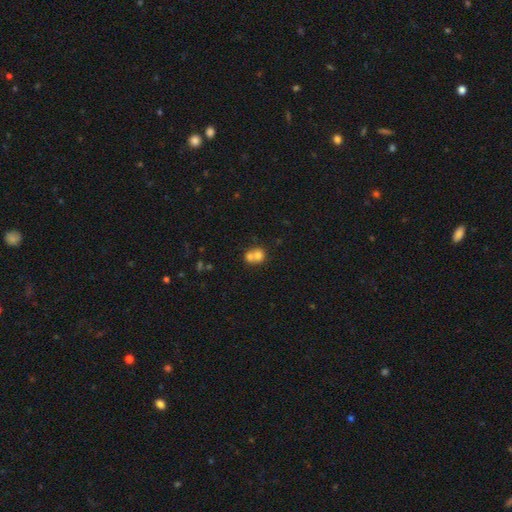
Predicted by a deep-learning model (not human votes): This appears to be a smooth galaxy with no disk features (71%) that is round (72%). Merging: merger (66%).